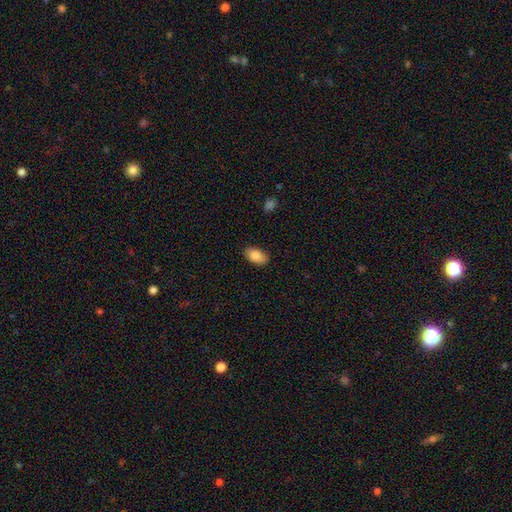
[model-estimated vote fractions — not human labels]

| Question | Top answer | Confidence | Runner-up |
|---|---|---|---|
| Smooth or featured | smooth | 87% | star or artifact (7%) |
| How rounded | in between | 93% | round (5%) |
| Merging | none | 86% | minor disturbance (10%) |